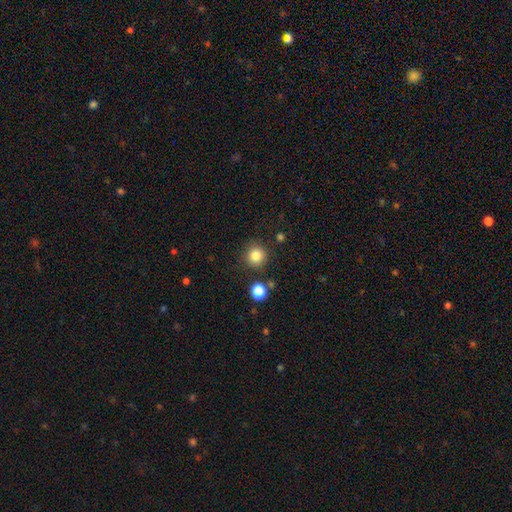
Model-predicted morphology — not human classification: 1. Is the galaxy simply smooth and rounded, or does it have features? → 83% smooth, 11% star or artifact, 5% featured or disk.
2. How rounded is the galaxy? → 94% round, 5% in between, 1% cigar-shaped.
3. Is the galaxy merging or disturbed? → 86% none, 7% minor disturbance, 4% merger, 3% major disturbance.